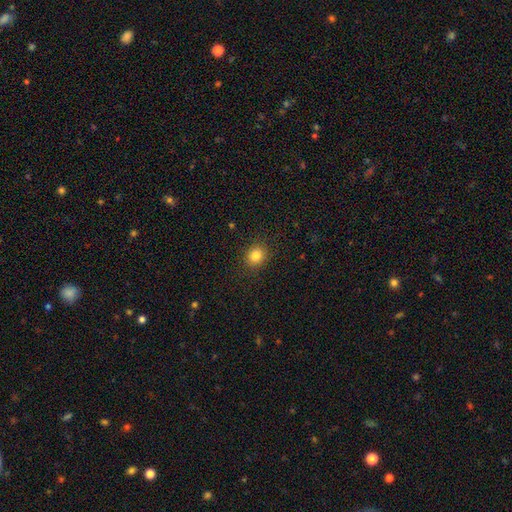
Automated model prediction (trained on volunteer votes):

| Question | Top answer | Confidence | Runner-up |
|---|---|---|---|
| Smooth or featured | smooth | 83% | star or artifact (11%) |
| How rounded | round | 73% | in between (27%) |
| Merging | none | 90% | minor disturbance (7%) |